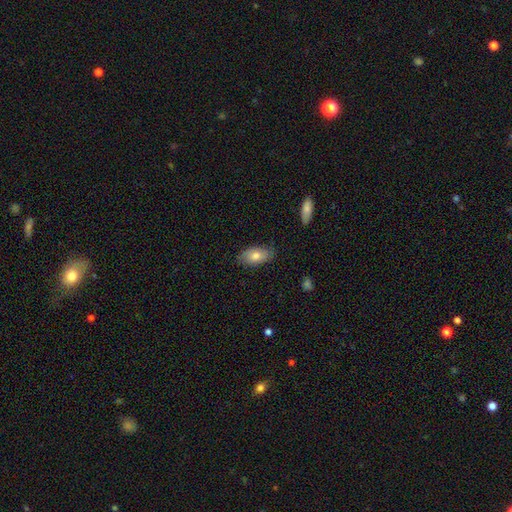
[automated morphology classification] A smooth galaxy with no disk features (76%) that is in between round and cigar-shaped (93%). Merging: none (80%).